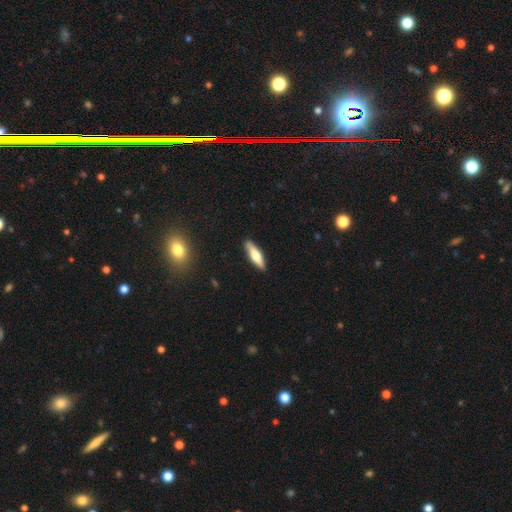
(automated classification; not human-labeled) A smooth galaxy with no disk features (51%) that is cigar-shaped (68%).

Vote fractions:
- Smooth or featured? smooth: 51% / featured or disk: 43% / star or artifact: 6%
- How rounded? cigar-shaped: 68% / in between: 30% / round: 2%
- Merging? none: 88% / minor disturbance: 9% / major disturbance: 2% / merger: 1%